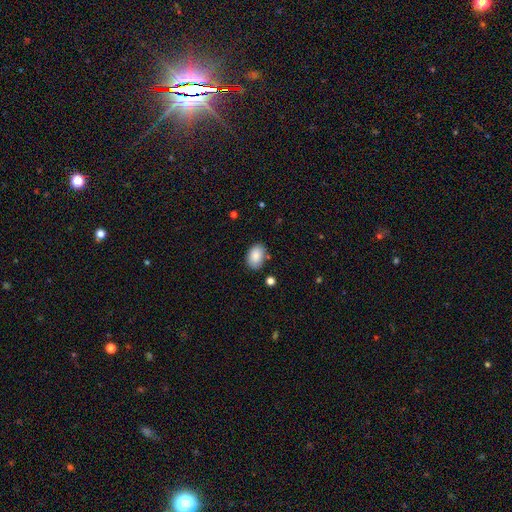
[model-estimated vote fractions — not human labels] Smooth or featured: smooth — 86% (star or artifact — 7%)
How rounded: in between — 86% (round — 13%)
Merging: none — 78% (minor disturbance — 15%)